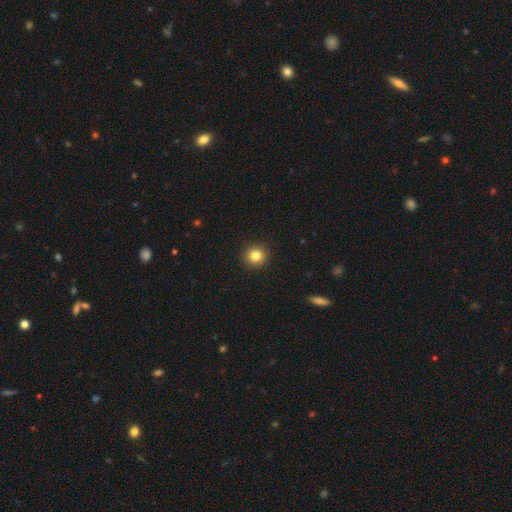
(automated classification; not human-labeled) This appears to be a smooth galaxy with no disk features (83%) that is round (93%). Merging: none (93%).